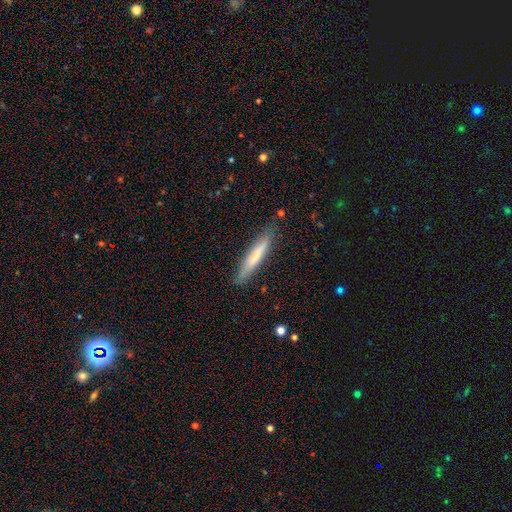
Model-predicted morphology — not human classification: A smooth galaxy with no disk features (66%) that is cigar-shaped (92%).

Vote fractions:
- Smooth or featured? smooth: 66% / featured or disk: 28% / star or artifact: 6%
- How rounded? cigar-shaped: 92% / in between: 7% / round: 1%
- Merging? none: 85% / minor disturbance: 12% / major disturbance: 2% / merger: 2%